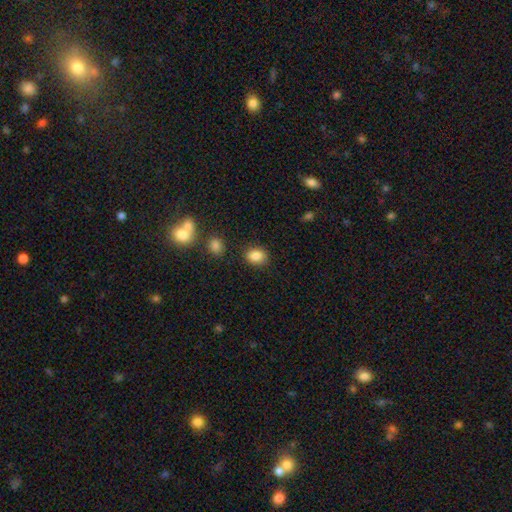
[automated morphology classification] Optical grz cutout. It shows a smooth galaxy with no disk features (85%) that is in between round and cigar-shaped (54%). Merging: none (84%).